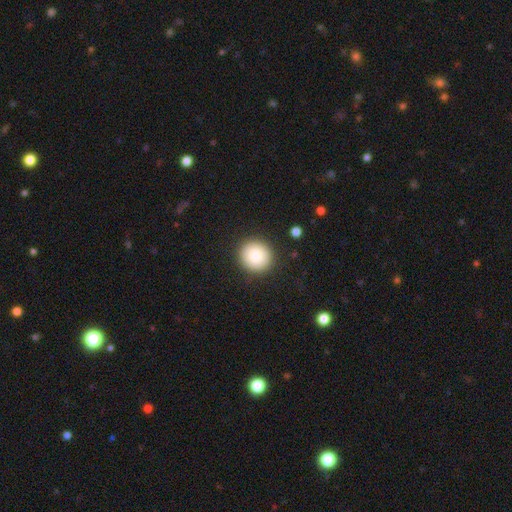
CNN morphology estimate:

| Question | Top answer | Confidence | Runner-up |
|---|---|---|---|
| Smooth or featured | smooth | 82% | featured or disk (9%) |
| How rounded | round | 93% | in between (6%) |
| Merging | none | 91% | minor disturbance (6%) |